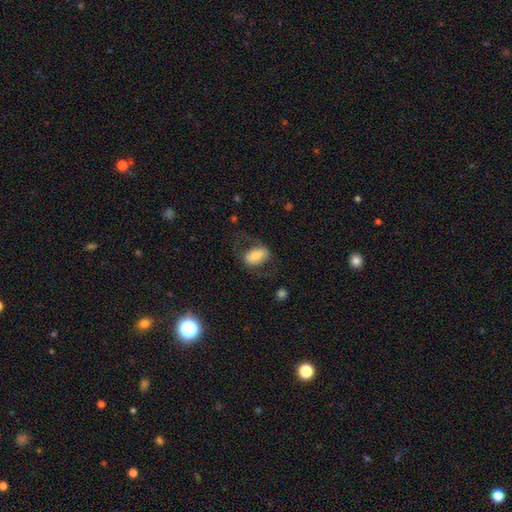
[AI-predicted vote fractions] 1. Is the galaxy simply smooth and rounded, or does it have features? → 59% smooth, 34% featured or disk, 8% star or artifact.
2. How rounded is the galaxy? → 88% in between, 10% round, 2% cigar-shaped.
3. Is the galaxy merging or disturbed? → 58% none, 21% major disturbance, 19% minor disturbance, 2% merger.